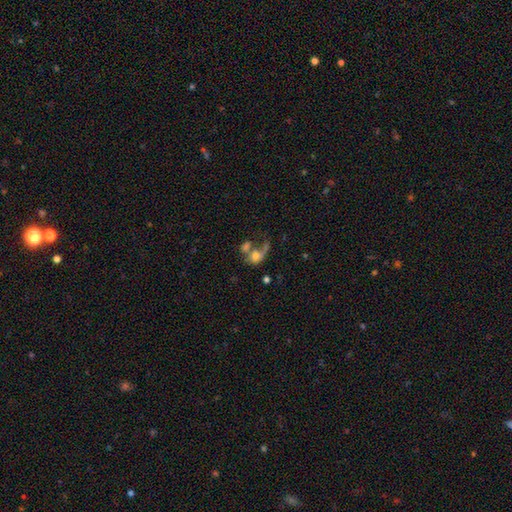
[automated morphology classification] Overall: smooth (49%; featured or disk 40%). Merging: merger (49%; major disturbance 27%).